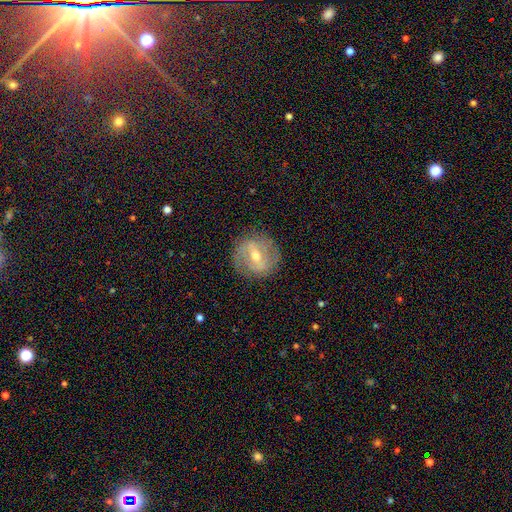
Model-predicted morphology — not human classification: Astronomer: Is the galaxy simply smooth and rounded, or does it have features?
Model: featured or disk — 66%.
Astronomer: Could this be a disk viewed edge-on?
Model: no — 94%.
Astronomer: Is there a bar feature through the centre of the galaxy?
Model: weak — 47% (runner-up: strong, 36%).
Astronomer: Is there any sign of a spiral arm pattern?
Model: yes — 55% (runner-up: no, 45%).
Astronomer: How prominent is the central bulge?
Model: moderate — 68%.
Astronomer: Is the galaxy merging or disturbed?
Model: none — 82%.